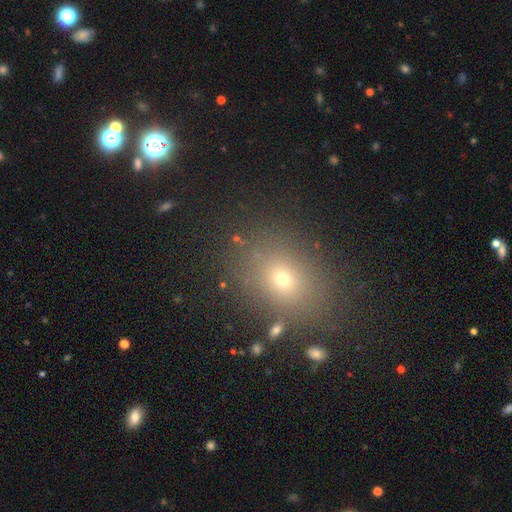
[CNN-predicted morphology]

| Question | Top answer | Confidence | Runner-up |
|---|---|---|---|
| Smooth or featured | smooth | 60% | star or artifact (28%) |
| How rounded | in between | 52% | round (46%) |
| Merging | none | 85% | minor disturbance (9%) |